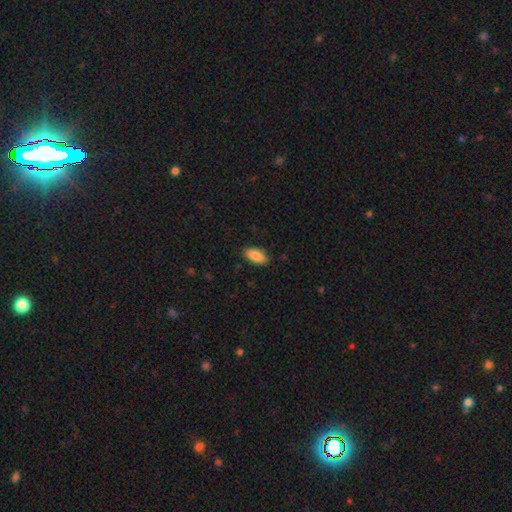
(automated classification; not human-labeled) A smooth galaxy with no disk features (87%) that is in between round and cigar-shaped (92%).

Vote fractions:
- Smooth or featured? smooth: 87% / star or artifact: 6% / featured or disk: 6%
- How rounded? in between: 92% / cigar-shaped: 5% / round: 2%
- Merging? none: 86% / minor disturbance: 11% / major disturbance: 2% / merger: 1%